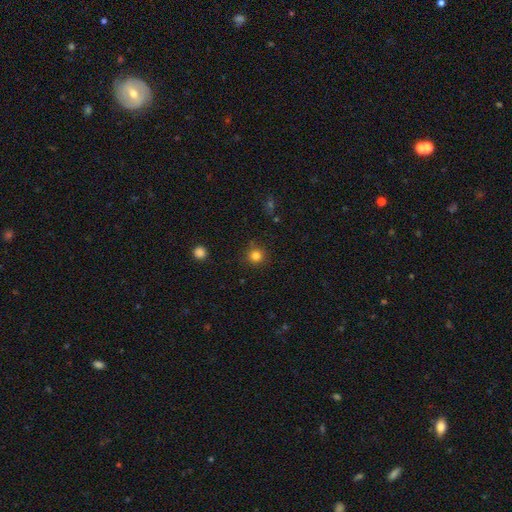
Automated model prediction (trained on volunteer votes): smooth_or_featured: smooth (p=0.81) [alt: star or artifact p=0.13]
how_rounded: round (p=0.94) [alt: in between p=0.05]
merging: none (p=0.87) [alt: minor disturbance p=0.09]